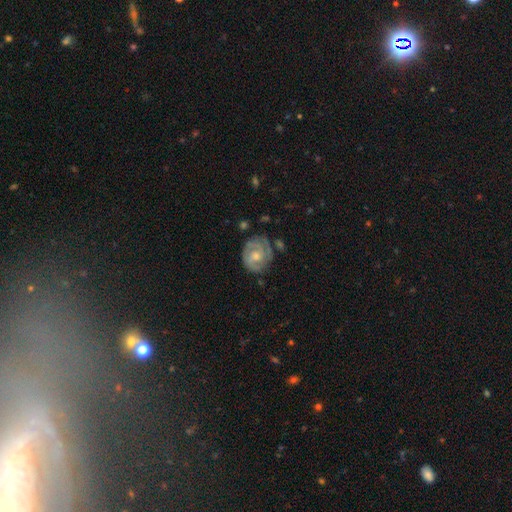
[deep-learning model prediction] Q: Smooth or featured?
A: featured or disk (71%); runner-up: smooth (23%)
Q: Edge-on disk?
A: no (97%); runner-up: yes (3%)
Q: Bar?
A: no (71%); runner-up: weak (26%)
Q: Spiral arms?
A: yes (86%); runner-up: no (14%)
Q: Spiral winding?
A: tight (62%); runner-up: medium (29%)
Q: Spiral arm count?
A: 2 (36%); runner-up: can't tell (32%)
Q: Bulge size?
A: moderate (58%); runner-up: small (35%)
Q: Merging?
A: none (68%); runner-up: minor disturbance (21%)